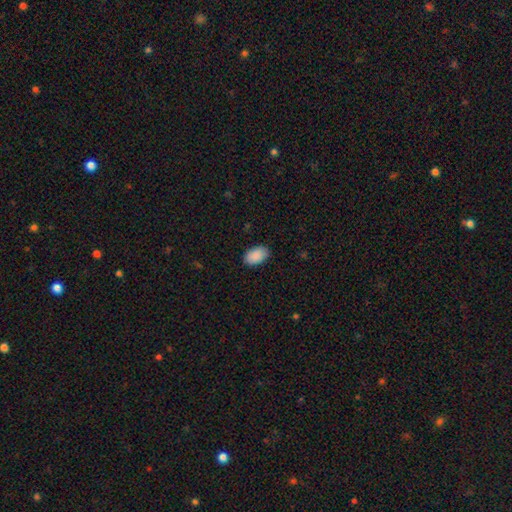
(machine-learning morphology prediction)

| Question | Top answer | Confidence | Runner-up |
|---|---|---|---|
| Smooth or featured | smooth | 90% | star or artifact (6%) |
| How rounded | in between | 93% | round (5%) |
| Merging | none | 87% | minor disturbance (10%) |